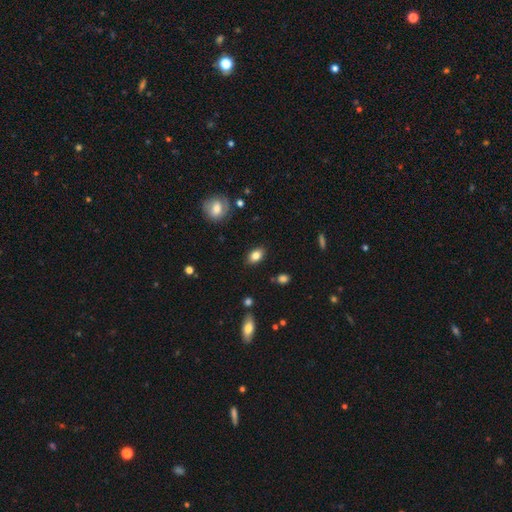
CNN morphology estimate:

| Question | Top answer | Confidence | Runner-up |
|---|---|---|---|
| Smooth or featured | smooth | 82% | featured or disk (10%) |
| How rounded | in between | 84% | round (14%) |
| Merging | none | 86% | minor disturbance (10%) |